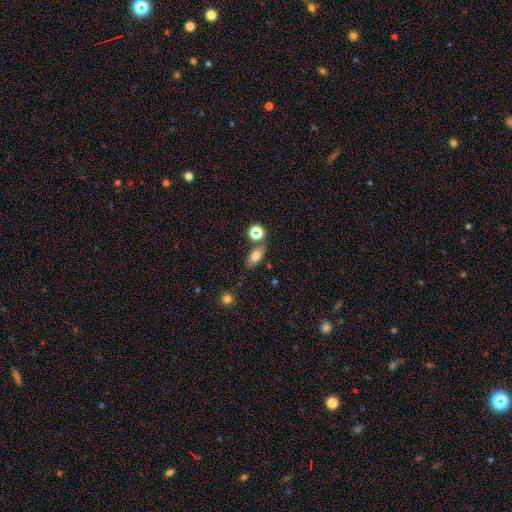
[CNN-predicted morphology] Smooth or featured?
  - smooth: 73% *
  - star or artifact: 14%
  - featured or disk: 13%
How rounded?
  - in between: 80% *
  - round: 12%
  - cigar-shaped: 8%
Merging?
  - none: 71% *
  - minor disturbance: 13%
  - merger: 12%
  - major disturbance: 4%